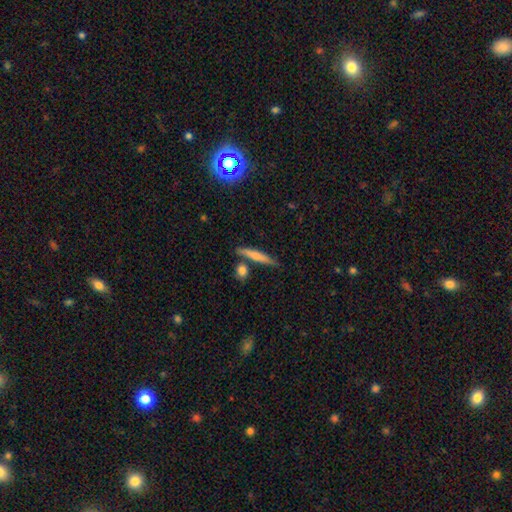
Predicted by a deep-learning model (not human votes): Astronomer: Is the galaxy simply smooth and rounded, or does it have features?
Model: smooth — 60%.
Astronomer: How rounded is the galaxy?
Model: cigar-shaped — 89%.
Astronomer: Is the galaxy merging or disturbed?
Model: none — 76%.